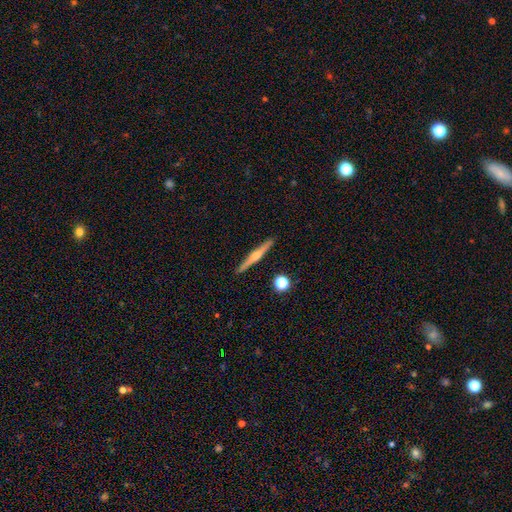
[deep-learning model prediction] smooth_or_featured: featured or disk (p=0.65) [alt: smooth p=0.29]
disk_edge_on: yes (p=0.98) [alt: no p=0.02]
edge_on_bulge: rounded (p=0.81) [alt: none p=0.11]
merging: none (p=0.91) [alt: minor disturbance p=0.06]